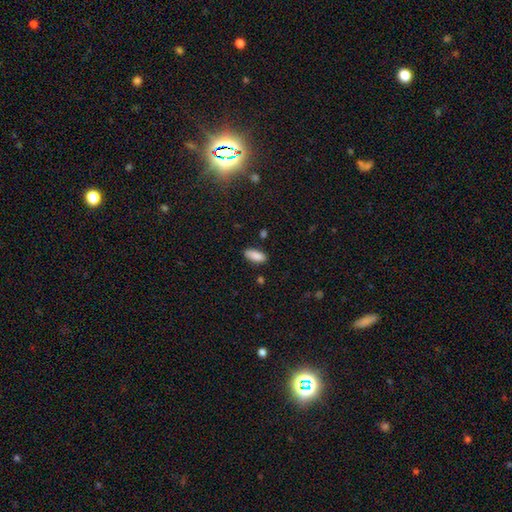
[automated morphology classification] smooth 89%, star or artifact 7%, featured or disk 4%. Down the decision tree: how rounded — in between (85%); merging — none (85%).